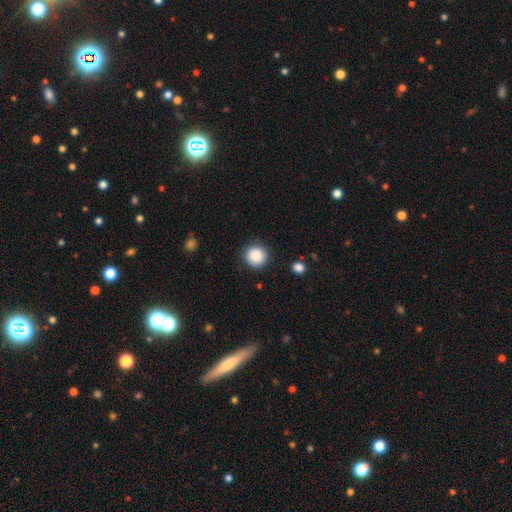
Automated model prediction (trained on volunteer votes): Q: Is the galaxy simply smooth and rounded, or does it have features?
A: smooth — 86%.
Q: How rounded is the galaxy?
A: round — 93%.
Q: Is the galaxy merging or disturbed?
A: none — 86%.